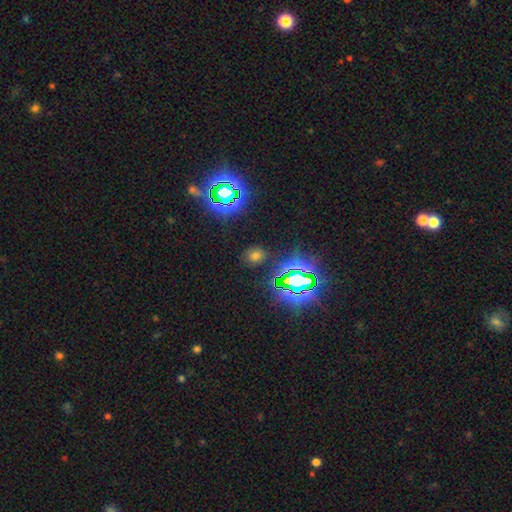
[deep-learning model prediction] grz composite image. It shows a smooth galaxy with no disk features (56%) that is round (65%). Merging: none (85%).